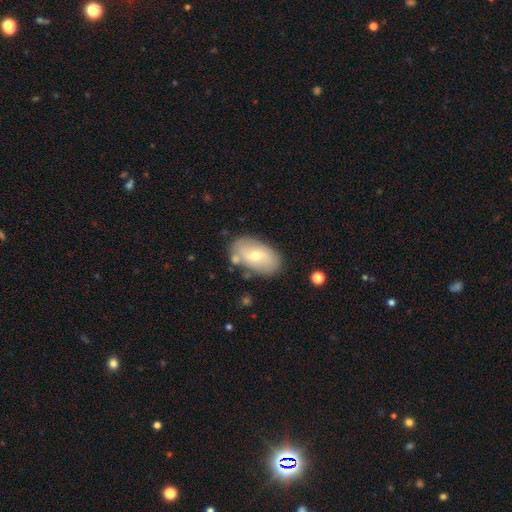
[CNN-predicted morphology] Smooth or featured? smooth (54%)
How rounded? in between (92%)
Merging? none (76%)